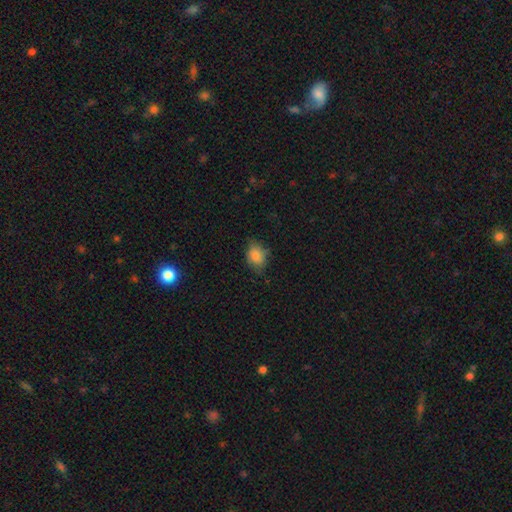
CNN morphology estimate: The model was most divided on "how rounded": in between: 63%, round: 36%, cigar-shaped: 1%. More confident: smooth or featured — smooth (83%); merging — none (67%).